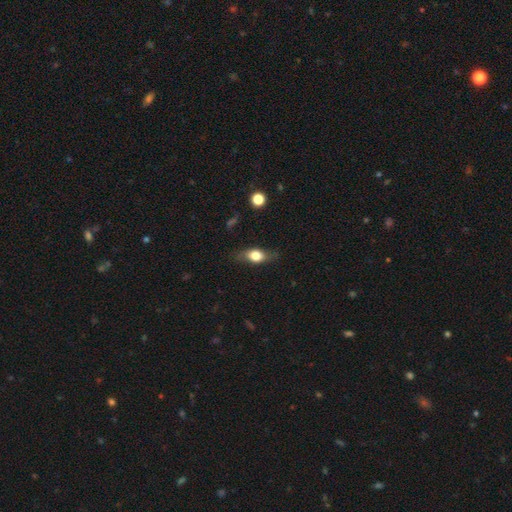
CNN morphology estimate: smooth_or_featured: smooth (p=0.68) [alt: featured or disk p=0.25]
how_rounded: in between (p=0.74) [alt: cigar-shaped p=0.13]
merging: none (p=0.74) [alt: minor disturbance p=0.19]